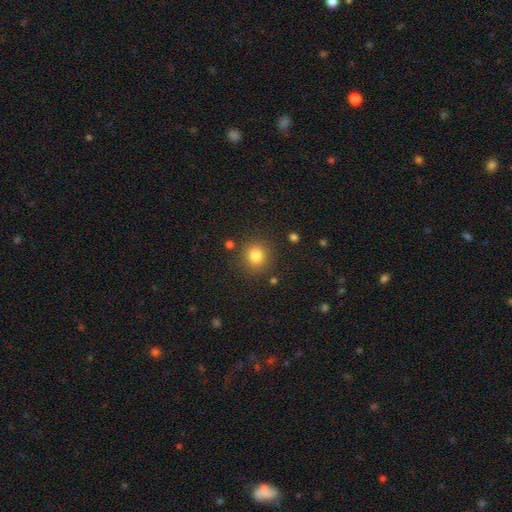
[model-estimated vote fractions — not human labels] This appears to be a smooth galaxy with no disk features (81%) that is round (86%). Merging: none (86%).